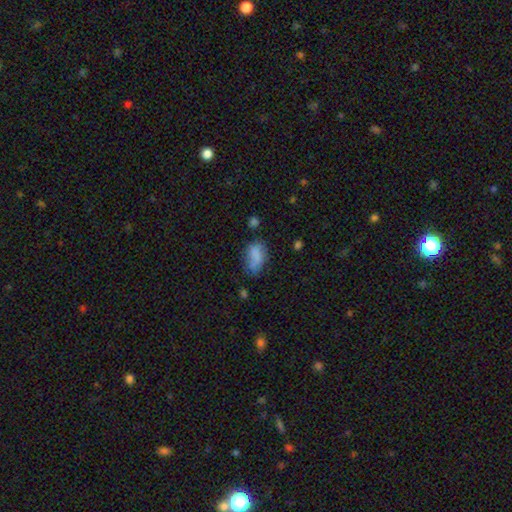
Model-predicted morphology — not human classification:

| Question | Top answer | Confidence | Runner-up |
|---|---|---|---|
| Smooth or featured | smooth | 77% | featured or disk (13%) |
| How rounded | in between | 90% | round (7%) |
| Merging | none | 46% | minor disturbance (32%) |